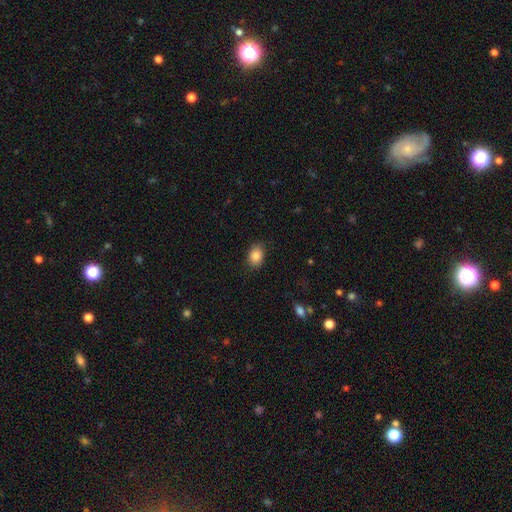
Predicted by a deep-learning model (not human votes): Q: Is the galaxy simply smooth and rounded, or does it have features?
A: smooth — 86%.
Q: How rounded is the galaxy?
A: in between — 72%.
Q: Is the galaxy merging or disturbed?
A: none — 85%.